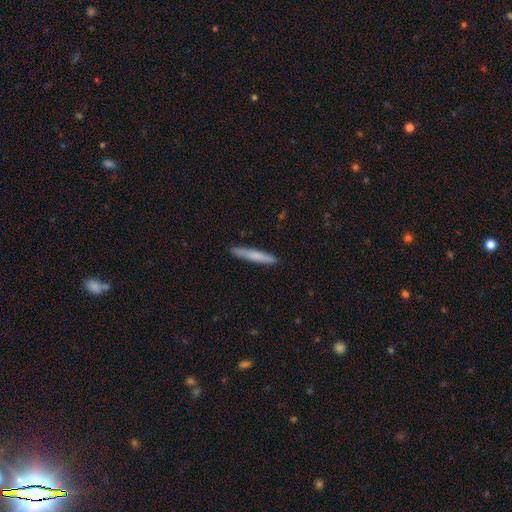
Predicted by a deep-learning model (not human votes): smooth-or-featured: smooth: 74% | featured or disk: 21% | star or artifact: 5%
  how-rounded: cigar-shaped: 95% | in between: 4% | round: 1%
  merging: none: 91% | minor disturbance: 6% | major disturbance: 1% | merger: 1%